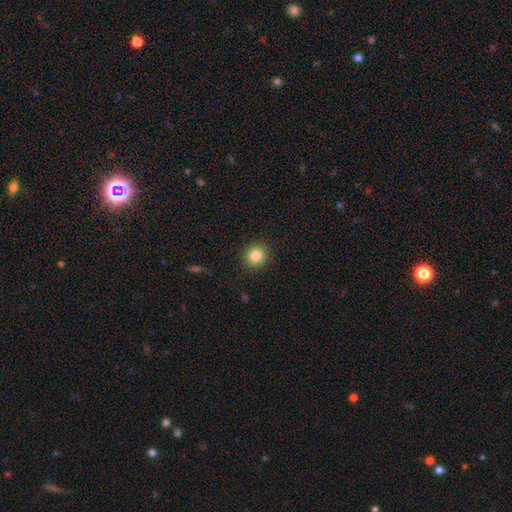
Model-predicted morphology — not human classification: A smooth galaxy with no disk features (84%) that is round (87%). Merging: none (90%).